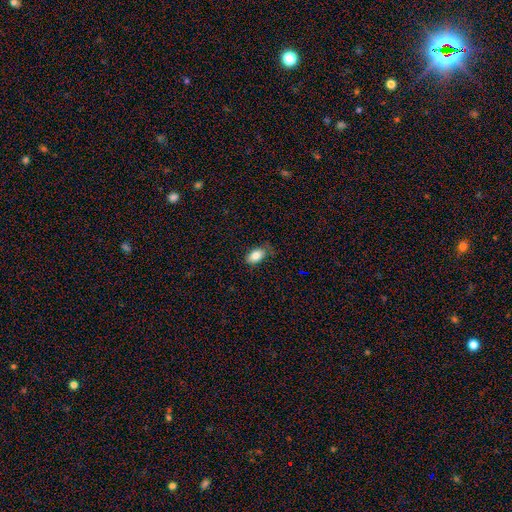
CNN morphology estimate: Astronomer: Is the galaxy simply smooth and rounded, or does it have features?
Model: smooth — 83%.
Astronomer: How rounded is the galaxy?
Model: in between — 91%.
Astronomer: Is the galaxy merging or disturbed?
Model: none — 72%.